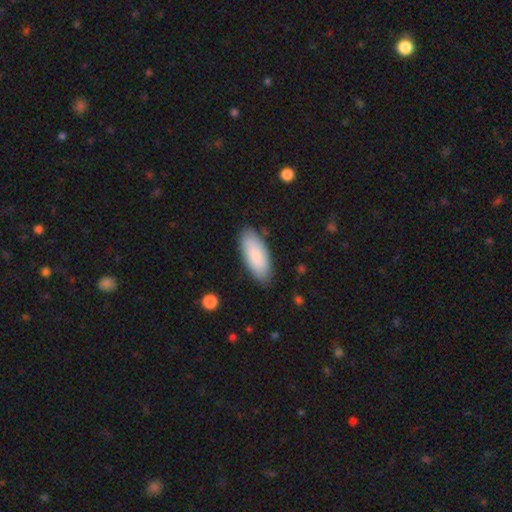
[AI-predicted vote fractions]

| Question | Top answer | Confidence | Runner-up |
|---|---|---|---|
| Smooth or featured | smooth | 86% | featured or disk (8%) |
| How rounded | in between | 82% | cigar-shaped (17%) |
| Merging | none | 85% | minor disturbance (11%) |